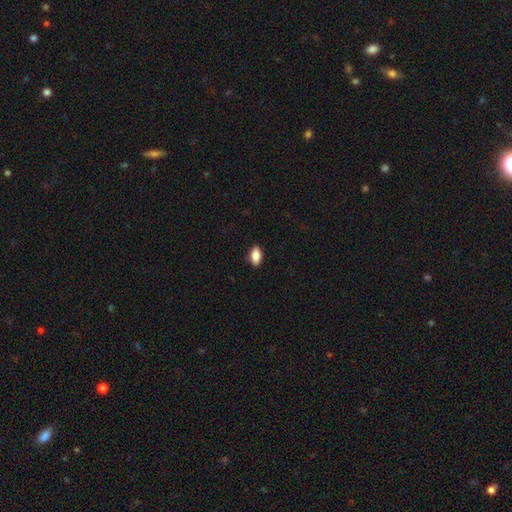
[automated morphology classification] Smooth or featured: smooth — 86% (star or artifact — 7%)
How rounded: in between — 91% (round — 5%)
Merging: none — 89% (minor disturbance — 9%)